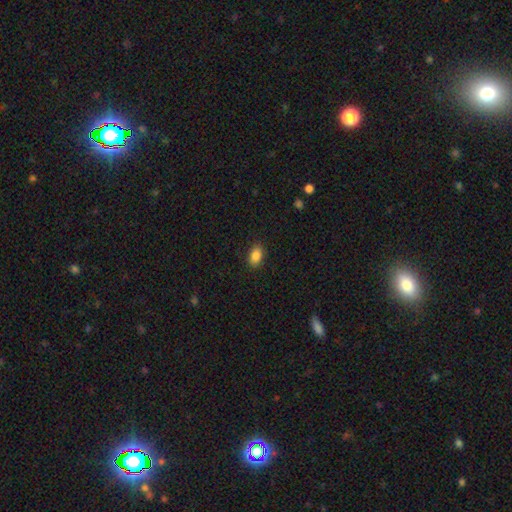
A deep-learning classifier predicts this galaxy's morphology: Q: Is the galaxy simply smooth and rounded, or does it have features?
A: smooth — 87%.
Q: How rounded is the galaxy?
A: in between — 87%.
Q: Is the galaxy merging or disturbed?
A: none — 88%.